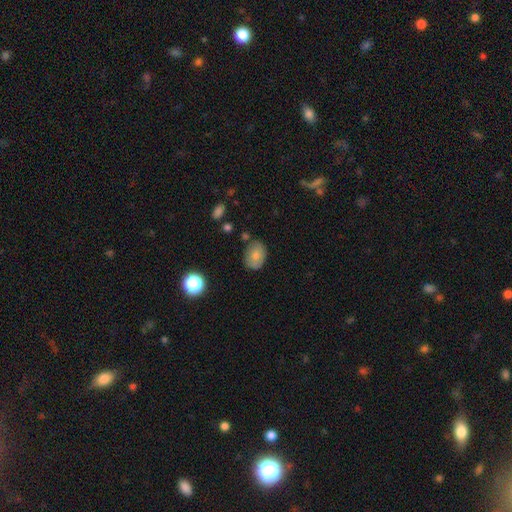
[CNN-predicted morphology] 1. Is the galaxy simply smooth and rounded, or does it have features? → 75% smooth, 16% featured or disk, 9% star or artifact.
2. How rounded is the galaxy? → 70% in between, 29% round, 1% cigar-shaped.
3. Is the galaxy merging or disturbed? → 73% none, 19% minor disturbance, 4% major disturbance, 3% merger.